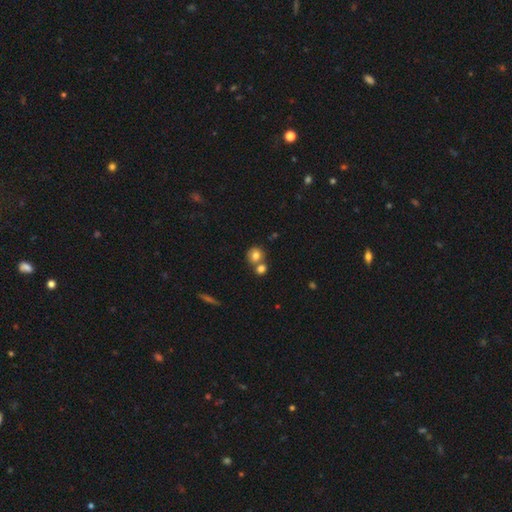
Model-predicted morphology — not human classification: smooth-or-featured: smooth: 77% | featured or disk: 11% | star or artifact: 11%
  how-rounded: round: 84% | in between: 14% | cigar-shaped: 1%
  merging: none: 53% | merger: 37% | minor disturbance: 8% | major disturbance: 3%